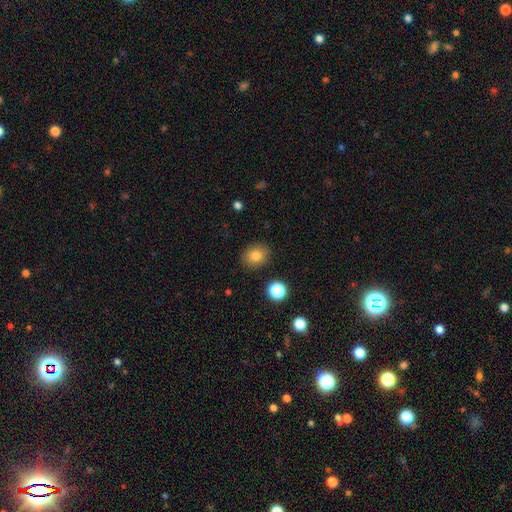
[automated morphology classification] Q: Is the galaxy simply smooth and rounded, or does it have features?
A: smooth — 81%.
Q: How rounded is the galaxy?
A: round — 58%.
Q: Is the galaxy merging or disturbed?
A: none — 87%.